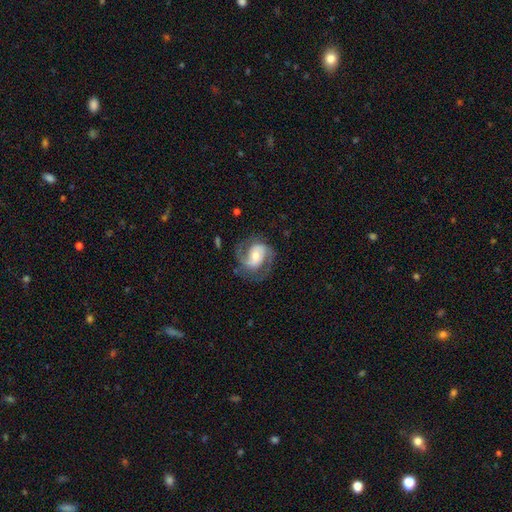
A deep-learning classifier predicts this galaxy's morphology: smooth-or-featured: featured or disk: 82% | smooth: 12% | star or artifact: 6%
  disk-edge-on: no: 98% | yes: 2%
    bar: no: 44% | weak: 39% | strong: 17%
    has-spiral-arms: yes: 95% | no: 5%
      spiral-winding: medium: 52% | tight: 27% | loose: 21%
      spiral-arm-count: 2: 86% | 1: 6% | can't tell: 5% | 3: 2% | 4: 1% | more than 4: 1%
    bulge-size: moderate: 53% | small: 34% | large: 9% | none: 2% | dominant: 2%
  merging: none: 70% | minor disturbance: 17% | major disturbance: 12% | merger: 1%